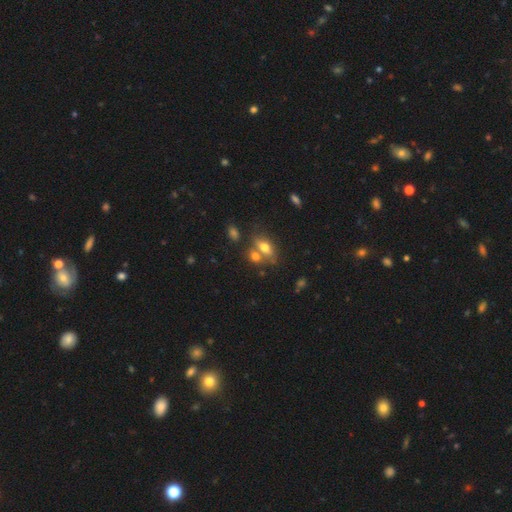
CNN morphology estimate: Smooth or featured? Predicted: smooth (p=0.57). How rounded? Predicted: in between (p=0.69). Merging? Predicted: none (p=0.47).